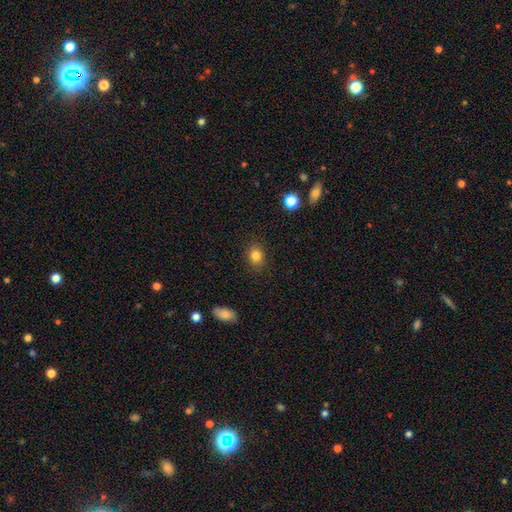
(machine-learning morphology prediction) Smooth or featured?
  - smooth: 83% *
  - star or artifact: 11%
  - featured or disk: 6%
How rounded?
  - in between: 50% *
  - round: 49%
  - cigar-shaped: 1%
Merging?
  - none: 87% *
  - minor disturbance: 9%
  - major disturbance: 2%
  - merger: 1%